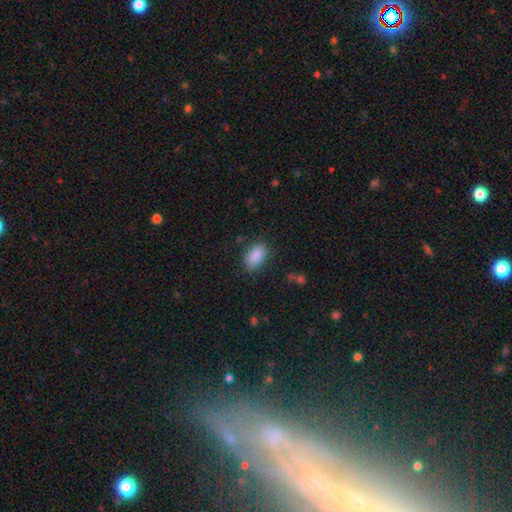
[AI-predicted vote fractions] smooth 88%, star or artifact 7%, featured or disk 4%. Down the decision tree: how rounded — in between (91%); merging — none (81%).